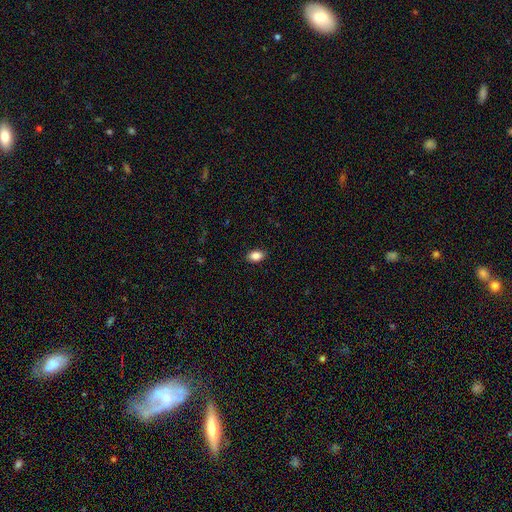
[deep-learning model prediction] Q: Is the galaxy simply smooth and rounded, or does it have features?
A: smooth — 88%.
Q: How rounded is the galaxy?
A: in between — 89%.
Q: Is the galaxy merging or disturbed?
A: none — 88%.